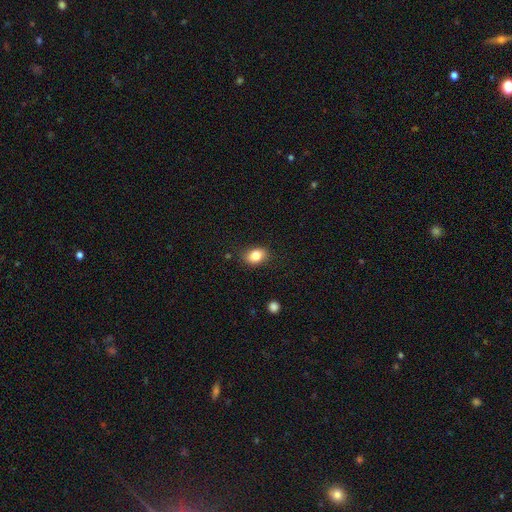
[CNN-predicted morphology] type=smooth (83%); roundness=in between (71%); merging=none (83%).